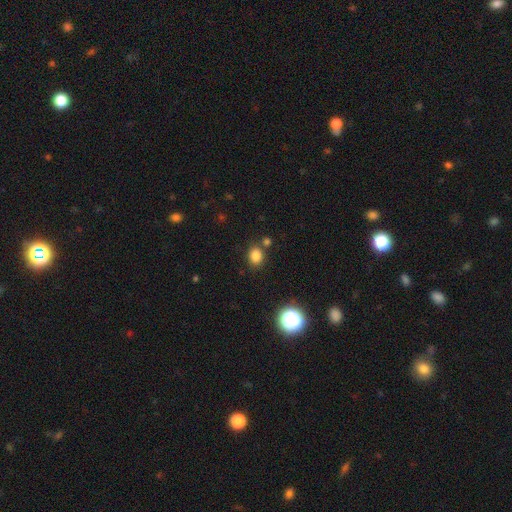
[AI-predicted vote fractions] A smooth galaxy with no disk features (81%) that is round (58%). Merging: none (75%).